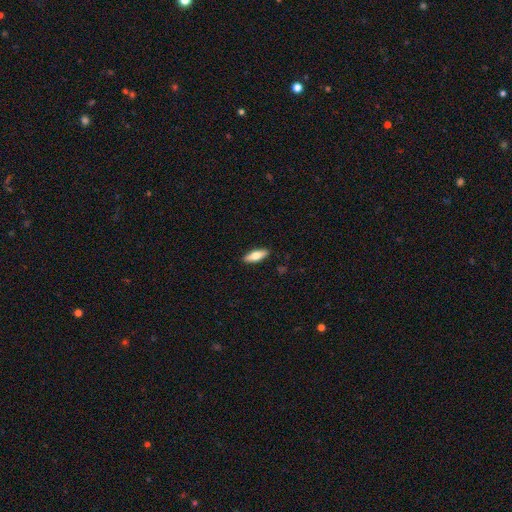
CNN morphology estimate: smooth-or-featured: smooth: 71% | featured or disk: 23% | star or artifact: 6%
  how-rounded: in between: 63% | cigar-shaped: 35% | round: 2%
  merging: none: 89% | minor disturbance: 8% | major disturbance: 2% | merger: 1%